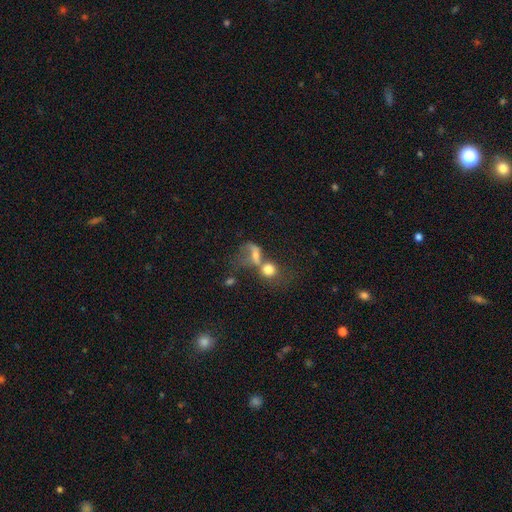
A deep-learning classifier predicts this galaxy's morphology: Smooth or featured? smooth (47%)
Merging? merger (58%)